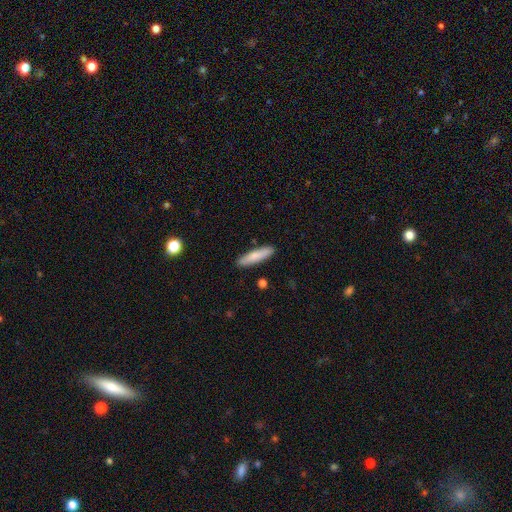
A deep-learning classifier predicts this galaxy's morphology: smooth 81%, featured or disk 14%, star or artifact 6%. Down the decision tree: how rounded — cigar-shaped (80%); merging — none (88%).